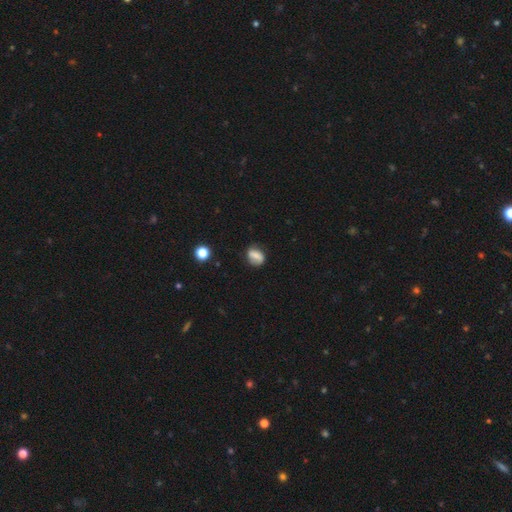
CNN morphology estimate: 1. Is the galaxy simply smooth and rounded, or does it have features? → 60% smooth, 30% featured or disk, 10% star or artifact.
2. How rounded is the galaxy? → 58% in between, 39% round, 3% cigar-shaped.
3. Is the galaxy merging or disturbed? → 68% none, 21% minor disturbance, 6% major disturbance, 4% merger.